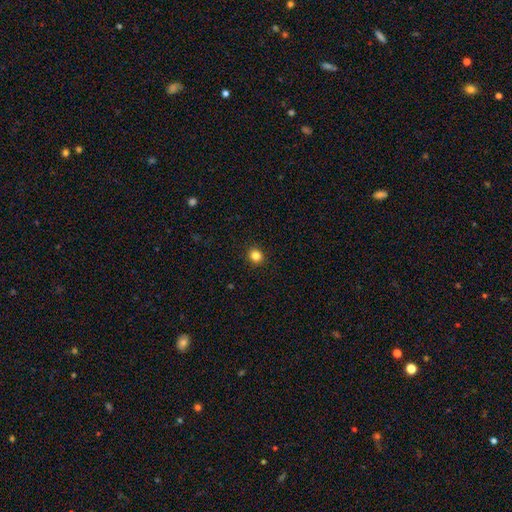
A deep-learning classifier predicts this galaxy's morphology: Smooth or featured: smooth — 84% (star or artifact — 12%)
How rounded: round — 87% (in between — 12%)
Merging: none — 92% (minor disturbance — 5%)